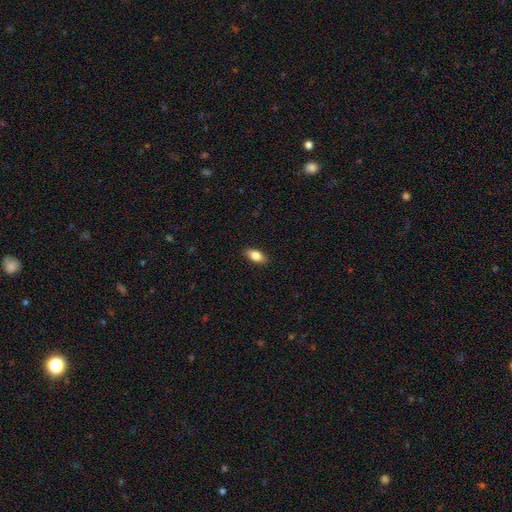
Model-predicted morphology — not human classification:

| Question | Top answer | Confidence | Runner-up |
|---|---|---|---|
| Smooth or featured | smooth | 82% | featured or disk (10%) |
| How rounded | in between | 88% | cigar-shaped (7%) |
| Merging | none | 88% | minor disturbance (9%) |